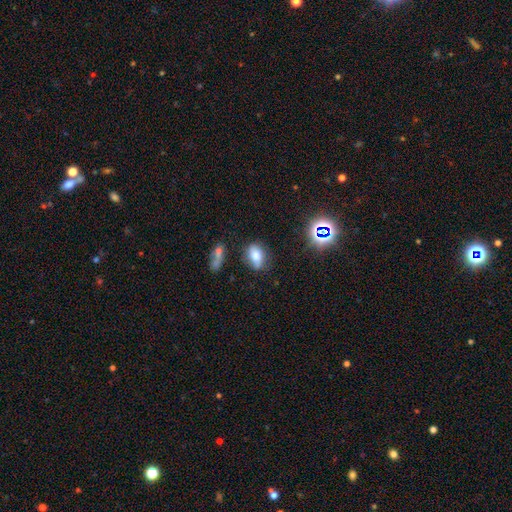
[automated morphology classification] Q: Smooth or featured?
A: smooth (67%); runner-up: featured or disk (19%)
Q: How rounded?
A: in between (76%); runner-up: round (20%)
Q: Merging?
A: none (69%); runner-up: minor disturbance (20%)